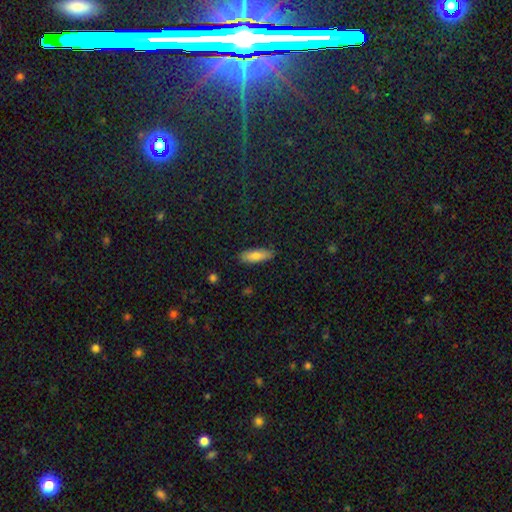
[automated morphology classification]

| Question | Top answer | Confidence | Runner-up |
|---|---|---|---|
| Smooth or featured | smooth | 82% | featured or disk (12%) |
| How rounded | in between | 65% | cigar-shaped (33%) |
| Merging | none | 84% | minor disturbance (13%) |